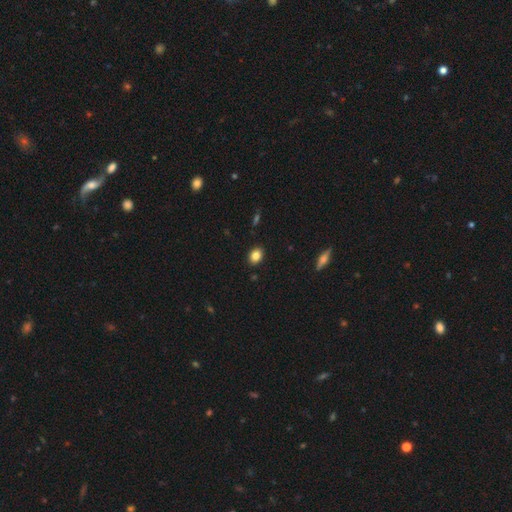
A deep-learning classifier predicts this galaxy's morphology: type=smooth (84%); roundness=in between (67%); merging=none (89%).